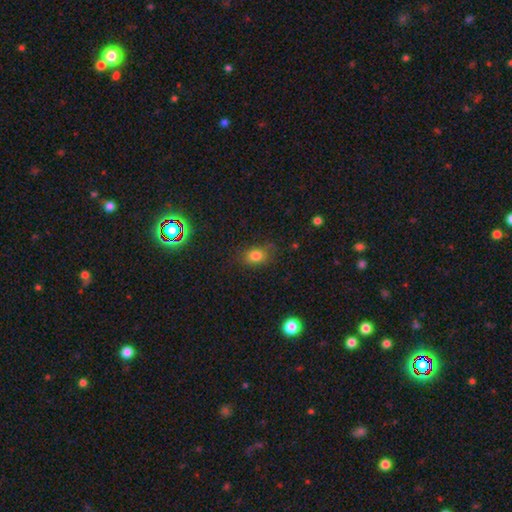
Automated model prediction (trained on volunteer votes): The model was most divided on "how rounded": in between: 64%, round: 34%, cigar-shaped: 2%. More confident: smooth or featured — smooth (78%); merging — none (74%).